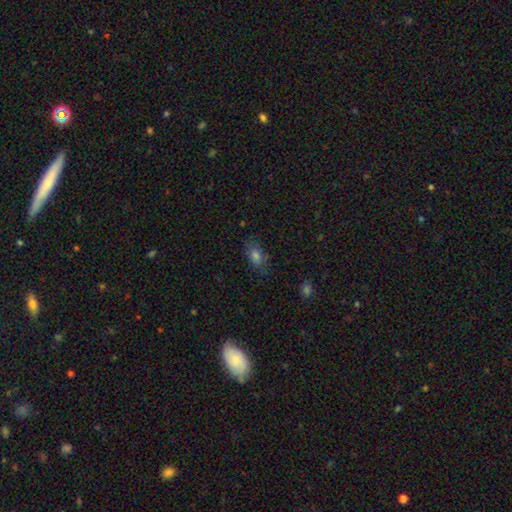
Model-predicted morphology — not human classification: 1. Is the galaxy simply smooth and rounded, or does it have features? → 70% smooth, 18% star or artifact, 13% featured or disk.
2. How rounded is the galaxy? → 83% in between, 11% round, 6% cigar-shaped.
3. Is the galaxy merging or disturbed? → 76% none, 17% minor disturbance, 5% major disturbance, 2% merger.